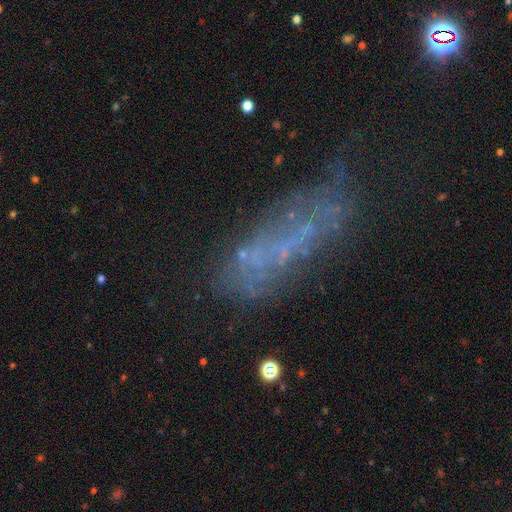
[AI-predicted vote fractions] smooth-or-featured: featured or disk: 50% | smooth: 30% | star or artifact: 20%
  disk-edge-on: no: 81% | yes: 19%
  merging: none: 47% | major disturbance: 23% | minor disturbance: 22% | merger: 7%